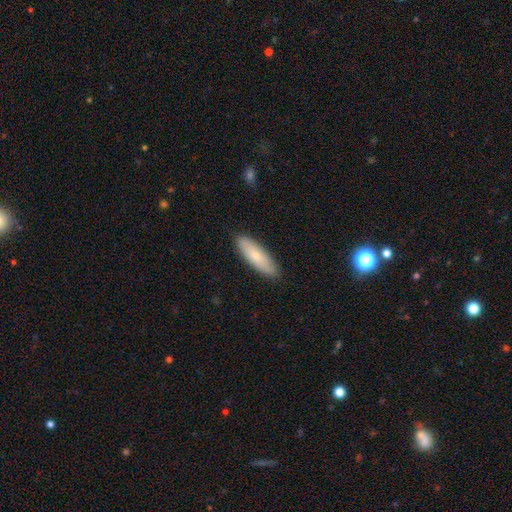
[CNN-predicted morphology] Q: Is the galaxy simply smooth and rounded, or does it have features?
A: smooth — 72%.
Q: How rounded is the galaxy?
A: in between — 51%.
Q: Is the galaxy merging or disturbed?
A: none — 87%.